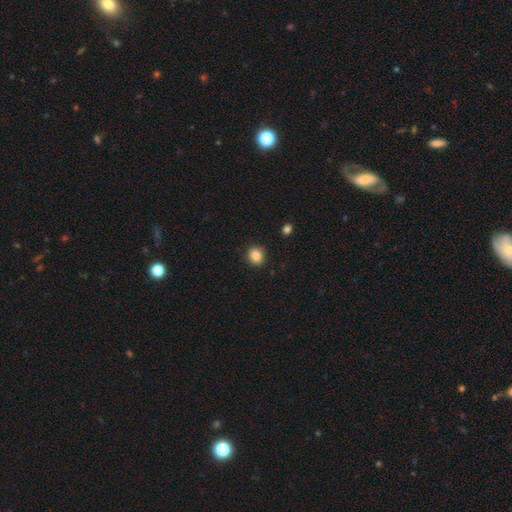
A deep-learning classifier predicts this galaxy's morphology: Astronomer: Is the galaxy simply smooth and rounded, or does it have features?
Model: smooth — 86%.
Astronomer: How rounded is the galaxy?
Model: round — 86%.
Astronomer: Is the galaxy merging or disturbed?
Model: none — 90%.